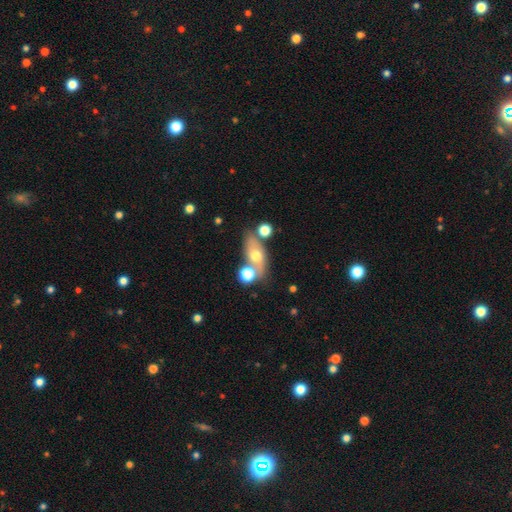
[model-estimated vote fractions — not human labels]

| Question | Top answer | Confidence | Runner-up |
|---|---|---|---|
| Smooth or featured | smooth | 54% | featured or disk (36%) |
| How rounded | in between | 73% | round (16%) |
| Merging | none | 59% | merger (20%) |